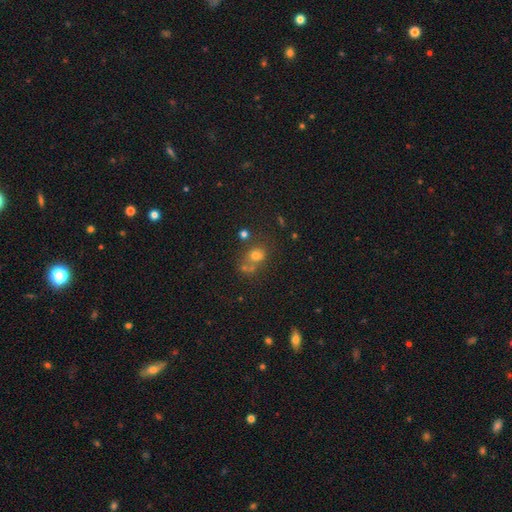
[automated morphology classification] Smooth or featured: smooth — 65% (star or artifact — 20%)
How rounded: round — 71% (in between — 28%)
Merging: none — 50% (merger — 31%)